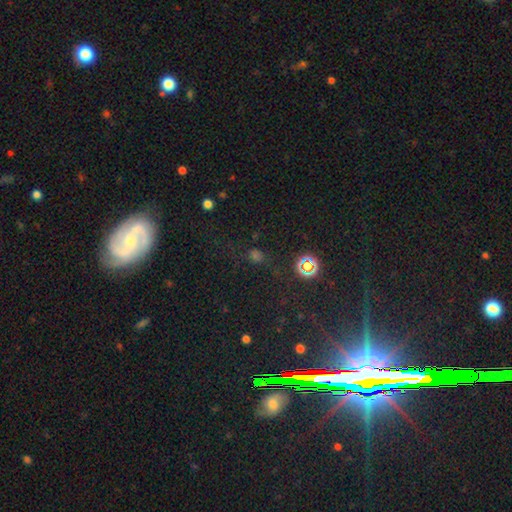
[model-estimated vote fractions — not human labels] The model was most divided on "smooth or featured": star or artifact: 54%, smooth: 36%, featured or disk: 10%.